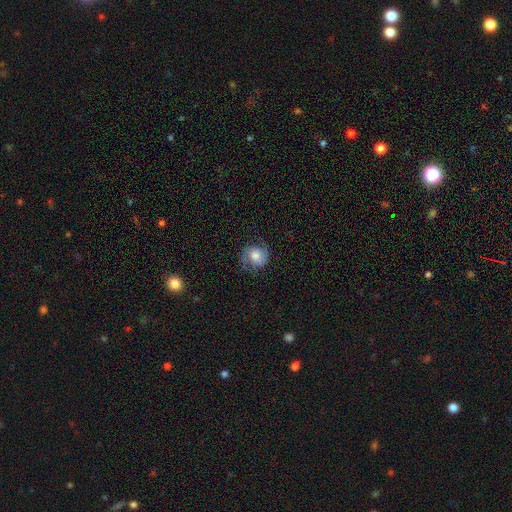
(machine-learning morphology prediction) A featured or disk galaxy (64%) with no bar (70%), 2 (90%) medium (48%) spiral arms (93%) and a moderate central bulge (45%). Merging: none (74%).